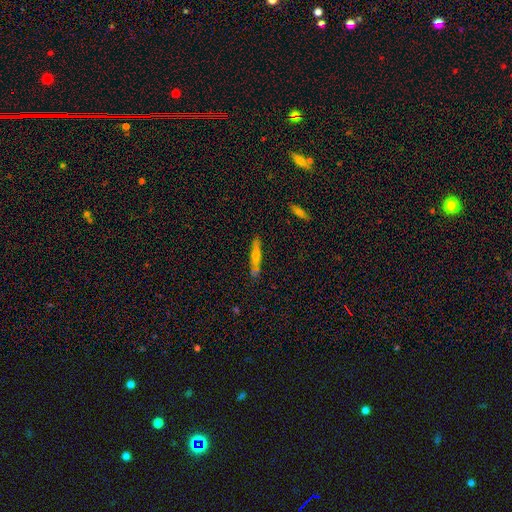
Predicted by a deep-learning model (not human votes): A featured or disk galaxy (47%). Merging: none (84%).